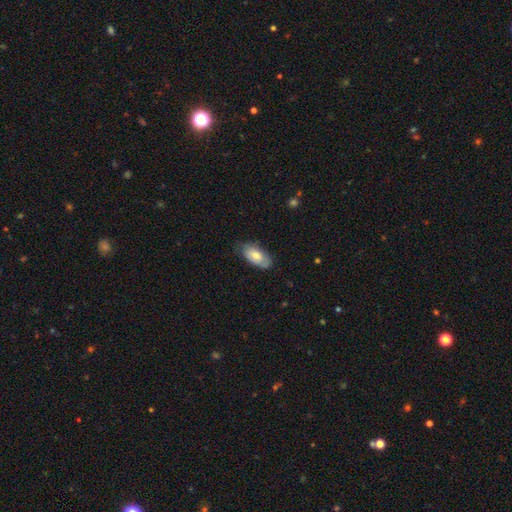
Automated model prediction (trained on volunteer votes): A smooth galaxy with no disk features (72%) that is in between round and cigar-shaped (93%).

Vote fractions:
- Smooth or featured? smooth: 72% / featured or disk: 22% / star or artifact: 6%
- How rounded? in between: 93% / cigar-shaped: 4% / round: 3%
- Merging? none: 71% / minor disturbance: 24% / major disturbance: 4% / merger: 1%